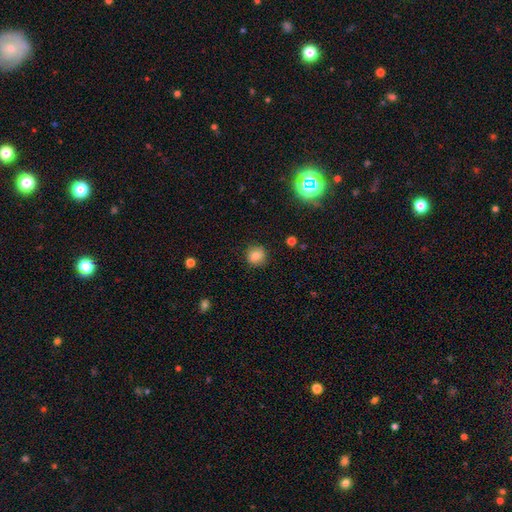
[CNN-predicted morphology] A smooth galaxy with no disk features (82%) that is round (89%). Merging: none (86%).